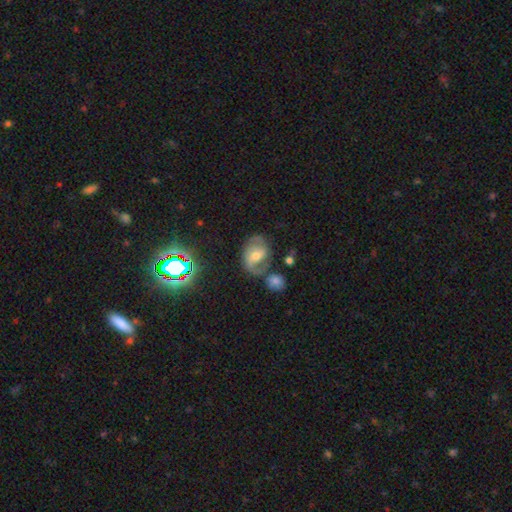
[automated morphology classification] Smooth or featured: featured or disk — 69% (smooth — 19%)
Edge-on disk: no — 97% (yes — 3%)
Bar: weak — 45% (no — 36%)
Spiral arms: yes — 89% (no — 11%)
Spiral winding: medium — 51% (tight — 28%)
Spiral arm count: 2 — 75% (can't tell — 11%)
Bulge size: moderate — 56% (small — 36%)
Merging: none — 53% (minor disturbance — 20%)